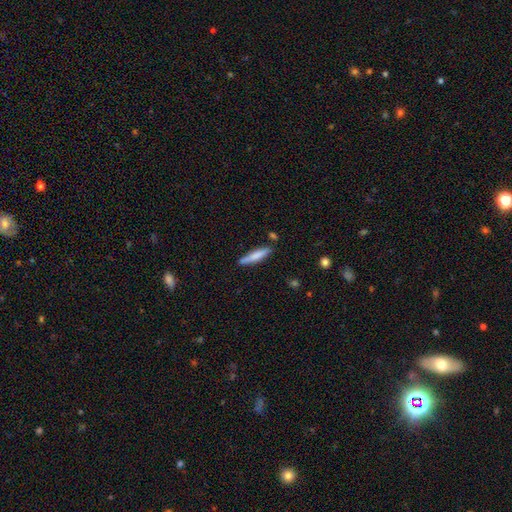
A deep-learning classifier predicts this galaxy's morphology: smooth_or_featured: smooth (p=0.71) [alt: featured or disk p=0.24]
how_rounded: cigar-shaped (p=0.87) [alt: in between p=0.11]
merging: none (p=0.81) [alt: minor disturbance p=0.13]